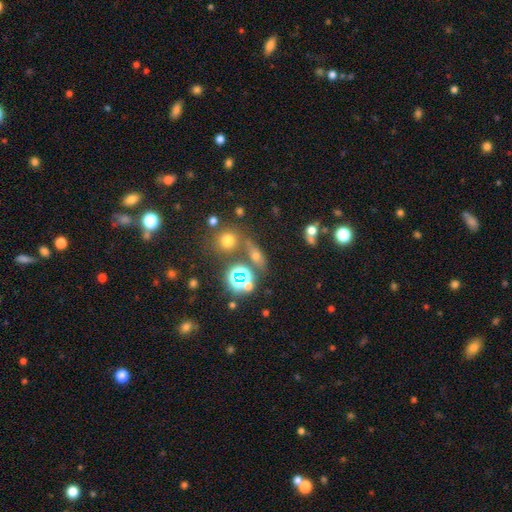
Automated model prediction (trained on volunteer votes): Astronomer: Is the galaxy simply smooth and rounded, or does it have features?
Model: smooth — 46% (runner-up: star or artifact, 35%).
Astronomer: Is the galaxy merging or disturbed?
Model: none — 70%.